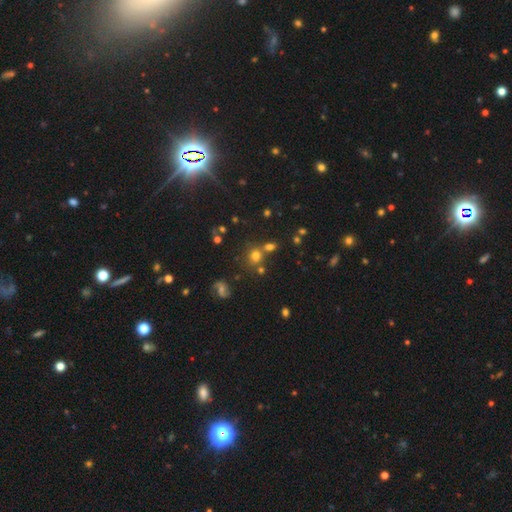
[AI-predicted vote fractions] Smooth or featured? Predicted: smooth (p=0.68). How rounded? Predicted: round (p=0.78). Merging? Predicted: none (p=0.62).